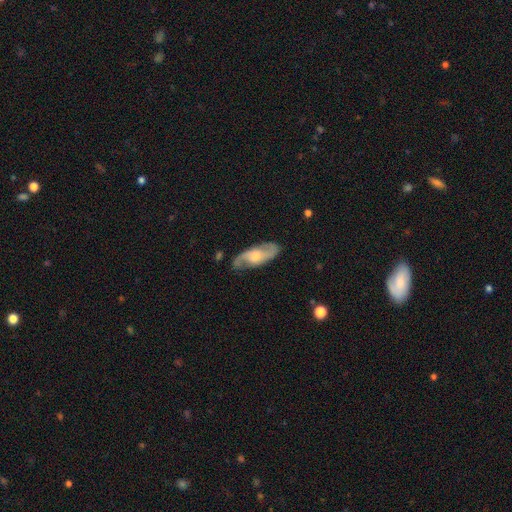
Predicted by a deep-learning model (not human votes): Q: Smooth or featured?
A: featured or disk (73%); runner-up: smooth (21%)
Q: Edge-on disk?
A: no (90%); runner-up: yes (10%)
Q: Bar?
A: no (56%); runner-up: weak (36%)
Q: Spiral arms?
A: yes (92%); runner-up: no (8%)
Q: Spiral winding?
A: medium (46%); runner-up: loose (37%)
Q: Spiral arm count?
A: 2 (88%); runner-up: can't tell (6%)
Q: Bulge size?
A: moderate (49%); runner-up: small (32%)
Q: Merging?
A: none (76%); runner-up: minor disturbance (16%)